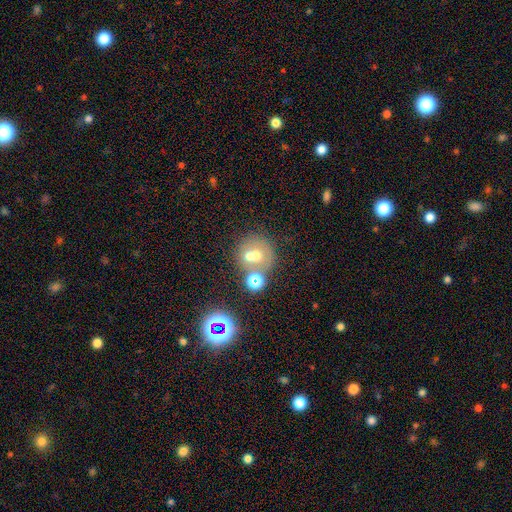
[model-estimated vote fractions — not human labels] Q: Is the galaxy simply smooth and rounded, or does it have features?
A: smooth — 52%.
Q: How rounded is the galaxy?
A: round — 85%.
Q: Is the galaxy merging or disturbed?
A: none — 48%.